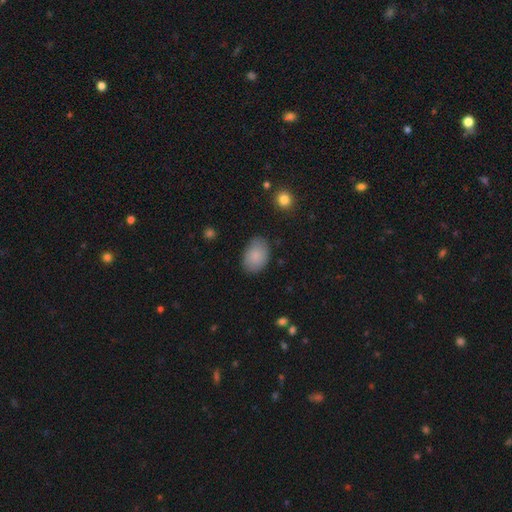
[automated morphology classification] Smooth or featured?
  - smooth: 85% *
  - featured or disk: 8%
  - star or artifact: 7%
How rounded?
  - in between: 84% *
  - round: 14%
  - cigar-shaped: 1%
Merging?
  - none: 79% *
  - minor disturbance: 16%
  - major disturbance: 4%
  - merger: 1%